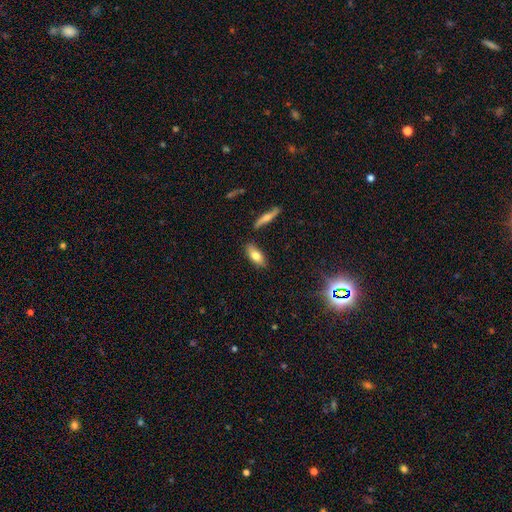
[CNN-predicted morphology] smooth_or_featured: smooth (p=0.74) [alt: featured or disk p=0.19]
how_rounded: in between (p=0.77) [alt: cigar-shaped p=0.20]
merging: none (p=0.80) [alt: minor disturbance p=0.13]